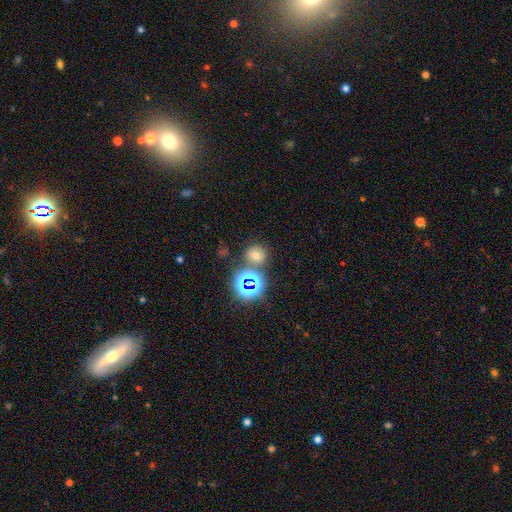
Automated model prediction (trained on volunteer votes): This is possibly a smooth galaxy (60%). How rounded: likely round (78%). Merging: likely none (73%).